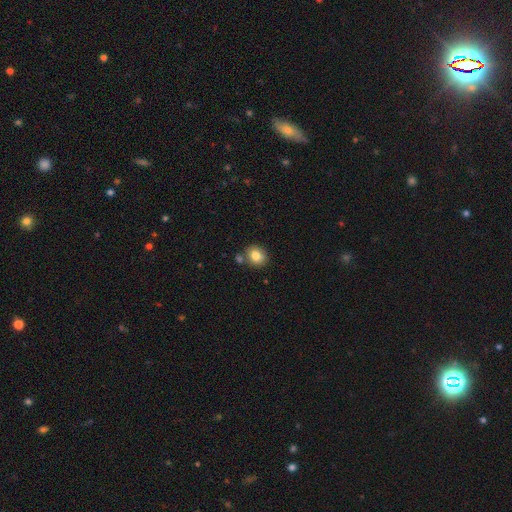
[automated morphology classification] Smooth or featured: smooth — 83% (star or artifact — 10%)
How rounded: round — 70% (in between — 29%)
Merging: none — 74% (merger — 12%)